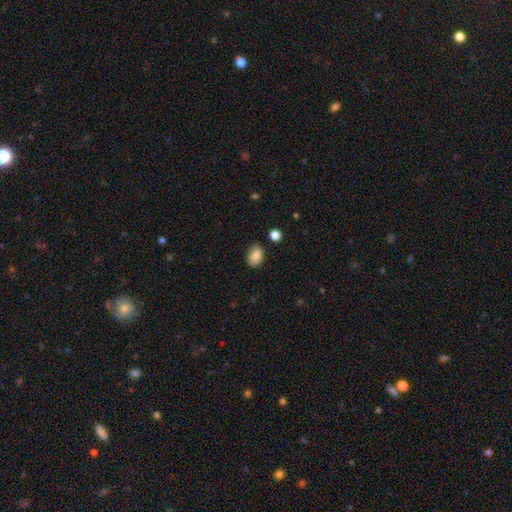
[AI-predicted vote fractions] smooth-or-featured: smooth: 87% | star or artifact: 8% | featured or disk: 5%
  how-rounded: in between: 86% | round: 13% | cigar-shaped: 1%
  merging: none: 81% | minor disturbance: 14% | major disturbance: 3% | merger: 2%